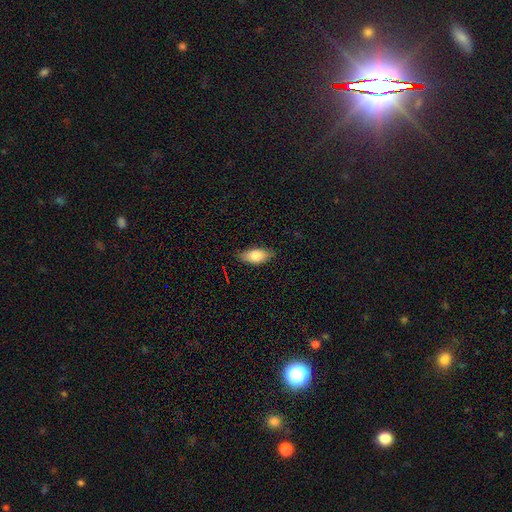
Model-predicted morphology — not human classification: Q: Smooth or featured?
A: smooth (78%); runner-up: featured or disk (15%)
Q: How rounded?
A: in between (86%); runner-up: cigar-shaped (11%)
Q: Merging?
A: none (85%); runner-up: minor disturbance (12%)